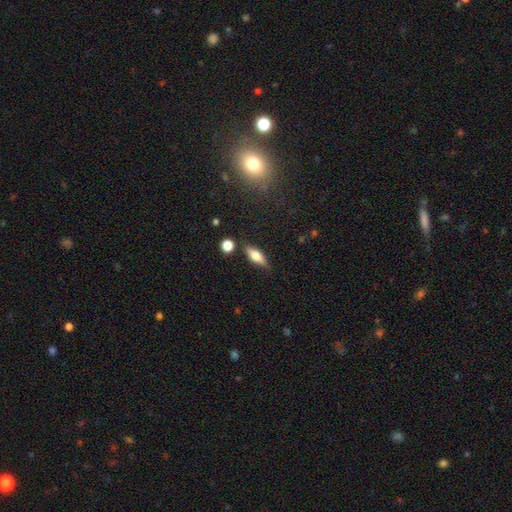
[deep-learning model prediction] smooth_or_featured: smooth (p=0.62) [alt: featured or disk p=0.31]
how_rounded: in between (p=0.65) [alt: cigar-shaped p=0.31]
merging: none (p=0.80) [alt: minor disturbance p=0.13]